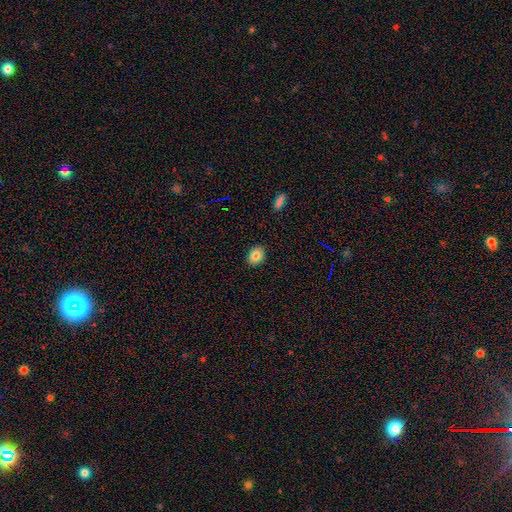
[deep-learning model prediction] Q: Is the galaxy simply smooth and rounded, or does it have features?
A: smooth — 83%.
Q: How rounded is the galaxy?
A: in between — 58%.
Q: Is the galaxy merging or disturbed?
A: none — 89%.